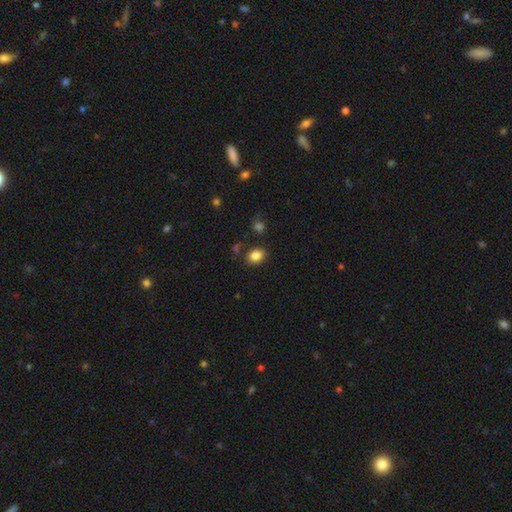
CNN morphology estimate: This is clearly a smooth galaxy (85%). How rounded: possibly in between (55%). Merging: clearly none (82%).